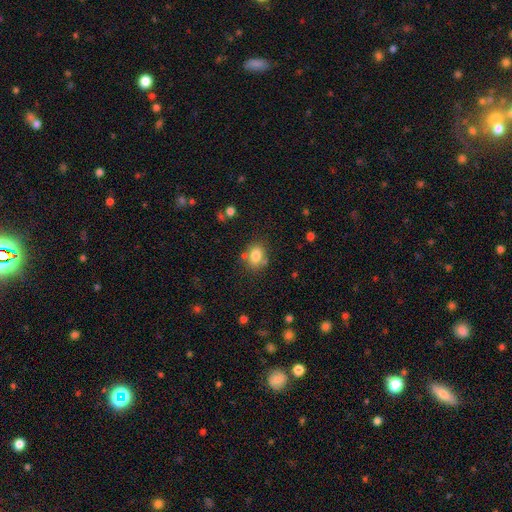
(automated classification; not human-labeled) Smooth or featured? Predicted: smooth (p=0.81). How rounded? Predicted: in between (p=0.59). Merging? Predicted: none (p=0.72).